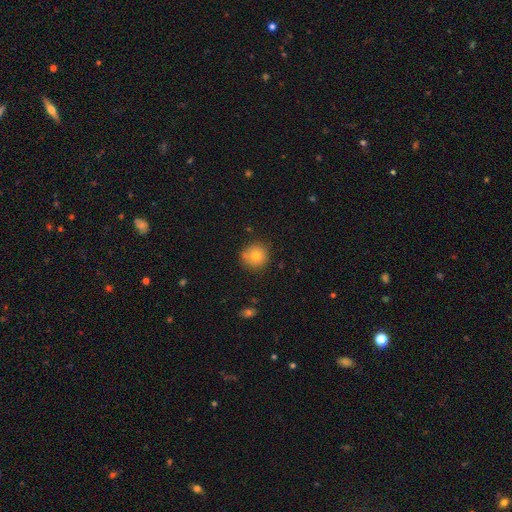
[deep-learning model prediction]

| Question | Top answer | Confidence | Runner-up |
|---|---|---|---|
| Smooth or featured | smooth | 77% | featured or disk (13%) |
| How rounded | round | 92% | in between (7%) |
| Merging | none | 80% | minor disturbance (14%) |